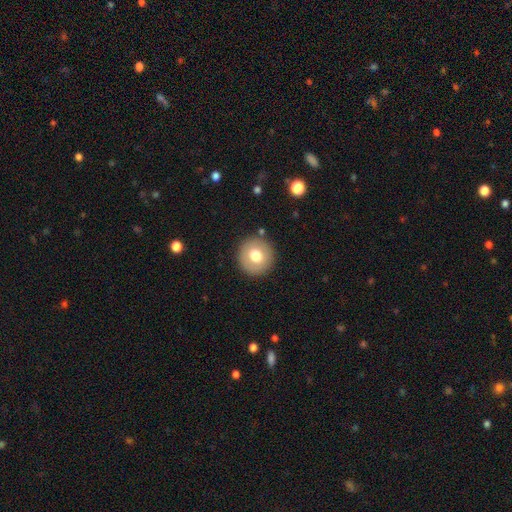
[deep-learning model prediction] Smooth or featured: smooth — 71% (featured or disk — 20%)
How rounded: round — 94% (in between — 6%)
Merging: none — 89% (minor disturbance — 7%)